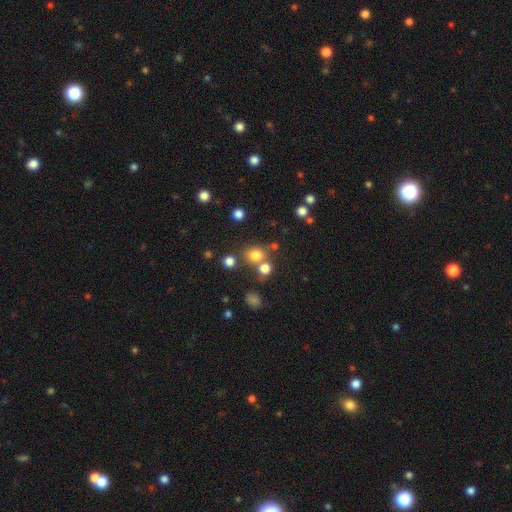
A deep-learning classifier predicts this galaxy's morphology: type=smooth (75%); roundness=round (78%); merging=none (63%).